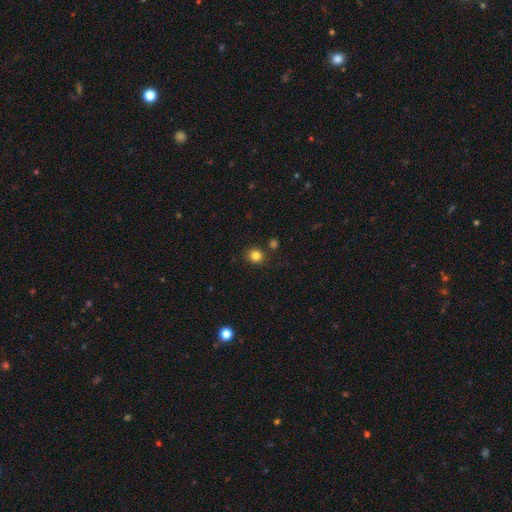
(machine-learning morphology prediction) A smooth galaxy with no disk features (82%) that is round (86%).

Vote fractions:
- Smooth or featured? smooth: 82% / star or artifact: 13% / featured or disk: 5%
- How rounded? round: 86% / in between: 13% / cigar-shaped: 1%
- Merging? none: 84% / minor disturbance: 8% / merger: 5% / major disturbance: 2%